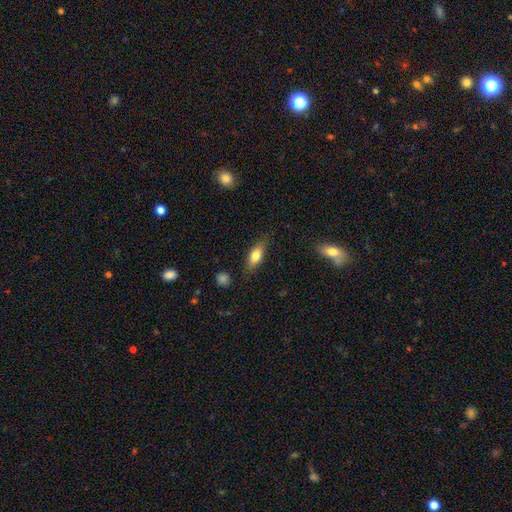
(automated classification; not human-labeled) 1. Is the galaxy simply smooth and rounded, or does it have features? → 74% smooth, 19% featured or disk, 7% star or artifact.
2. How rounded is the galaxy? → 72% in between, 24% cigar-shaped, 4% round.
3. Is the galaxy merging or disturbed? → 81% none, 14% minor disturbance, 3% major disturbance, 2% merger.